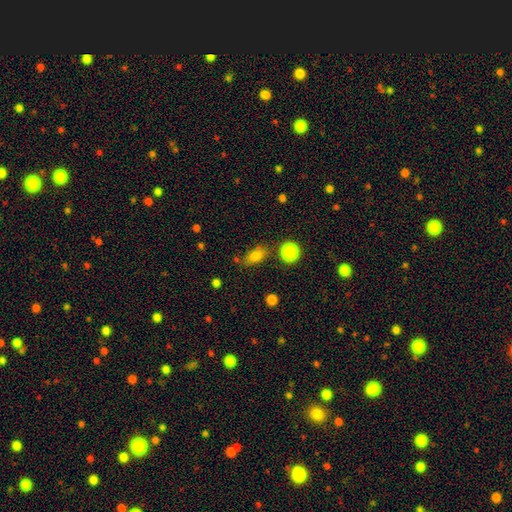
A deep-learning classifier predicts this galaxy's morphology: The model was most divided on "merging": none: 70%, minor disturbance: 17%, merger: 7%, major disturbance: 5%. More confident: smooth or featured — smooth (81%); how rounded — in between (80%).